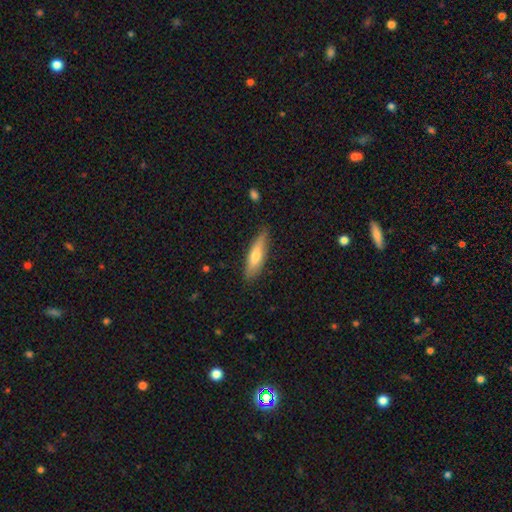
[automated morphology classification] smooth_or_featured: smooth (p=0.66) [alt: featured or disk p=0.28]
how_rounded: cigar-shaped (p=0.67) [alt: in between p=0.32]
merging: none (p=0.82) [alt: minor disturbance p=0.14]